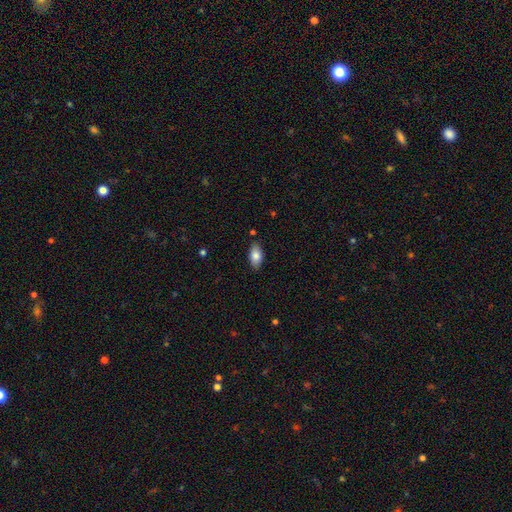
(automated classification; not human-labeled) Smooth or featured?
  - smooth: 82% *
  - featured or disk: 11%
  - star or artifact: 7%
How rounded?
  - in between: 92% *
  - cigar-shaped: 5%
  - round: 4%
Merging?
  - none: 86% *
  - minor disturbance: 11%
  - major disturbance: 2%
  - merger: 2%